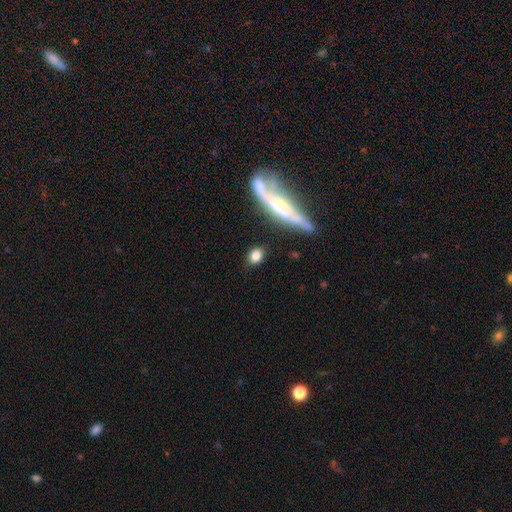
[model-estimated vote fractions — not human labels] smooth_or_featured: smooth (p=0.81) [alt: featured or disk p=0.12]
how_rounded: in between (p=0.56) [alt: round p=0.36]
merging: none (p=0.78) [alt: minor disturbance p=0.13]